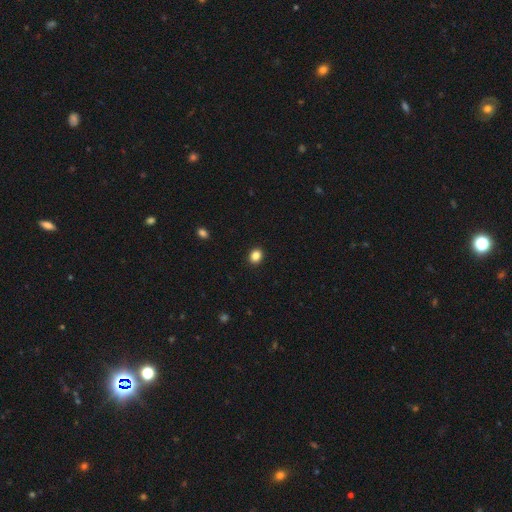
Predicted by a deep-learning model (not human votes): smooth-or-featured: smooth: 86% | star or artifact: 10% | featured or disk: 4%
  how-rounded: round: 60% | in between: 39% | cigar-shaped: 1%
  merging: none: 92% | minor disturbance: 5% | major disturbance: 2% | merger: 1%